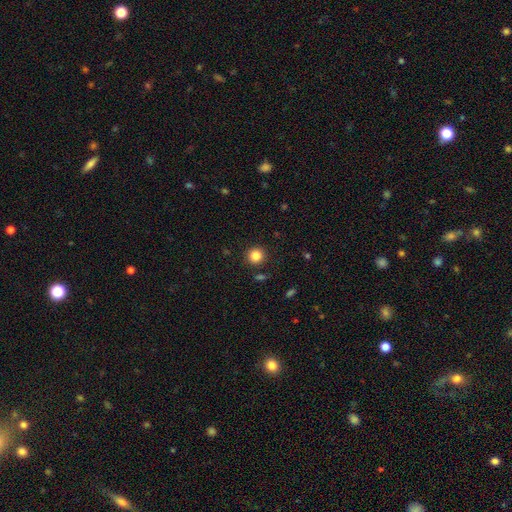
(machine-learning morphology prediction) smooth_or_featured: smooth (p=0.84) [alt: star or artifact p=0.11]
how_rounded: round (p=0.92) [alt: in between p=0.07]
merging: none (p=0.90) [alt: minor disturbance p=0.06]